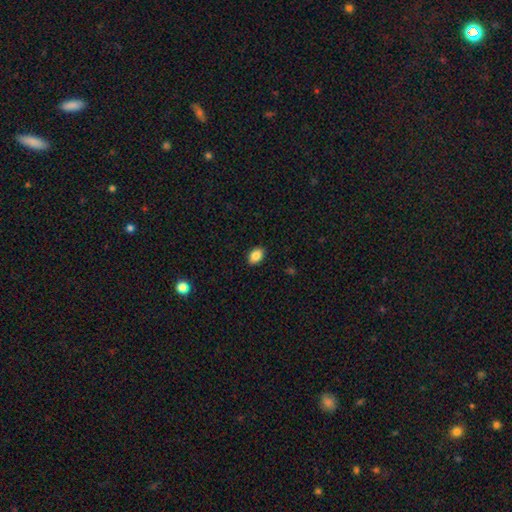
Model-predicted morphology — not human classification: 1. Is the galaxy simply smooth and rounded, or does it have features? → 87% smooth, 8% star or artifact, 5% featured or disk.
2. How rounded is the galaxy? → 84% in between, 15% round, 1% cigar-shaped.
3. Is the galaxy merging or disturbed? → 89% none, 8% minor disturbance, 2% major disturbance, 1% merger.